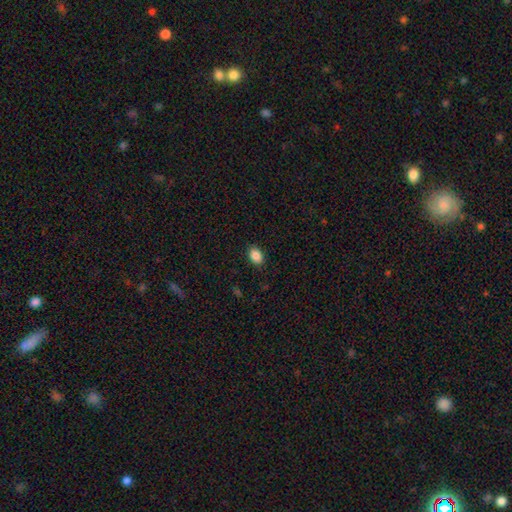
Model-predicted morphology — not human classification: A smooth galaxy with no disk features (88%) that is in between round and cigar-shaped (82%).

Vote fractions:
- Smooth or featured? smooth: 88% / star or artifact: 8% / featured or disk: 4%
- How rounded? in between: 82% / round: 16% / cigar-shaped: 1%
- Merging? none: 89% / minor disturbance: 8% / major disturbance: 2% / merger: 1%